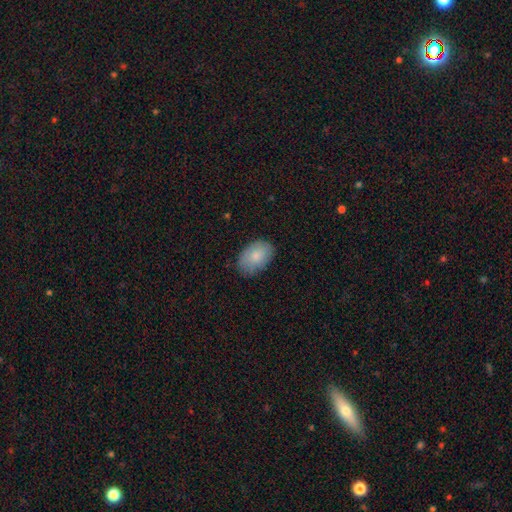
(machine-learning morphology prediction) Overall: smooth (83%). How rounded: in between (88%). Merging: none (79%).